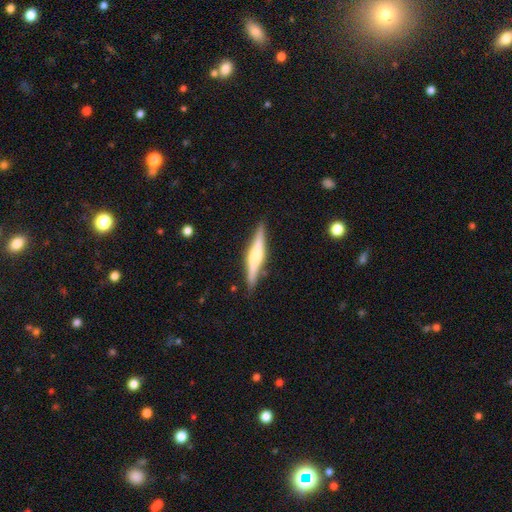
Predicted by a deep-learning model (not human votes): Overall: featured or disk (63%; smooth 31%). Edge-on disk: yes (97%). Edge-on bulge: rounded (69%). Merging: none (87%).